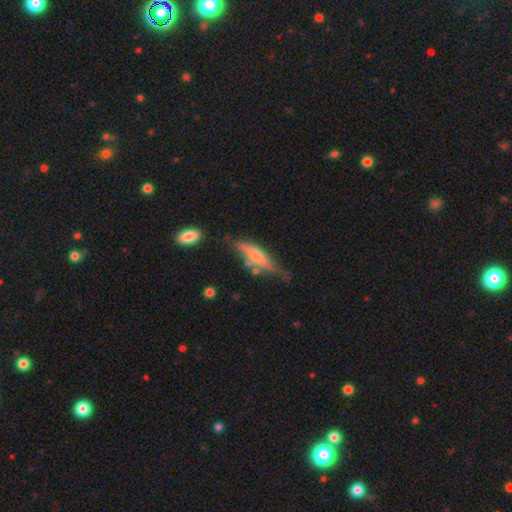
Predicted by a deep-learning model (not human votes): Overall: featured or disk (49%; smooth 44%). Merging: none (56%; minor disturbance 28%).